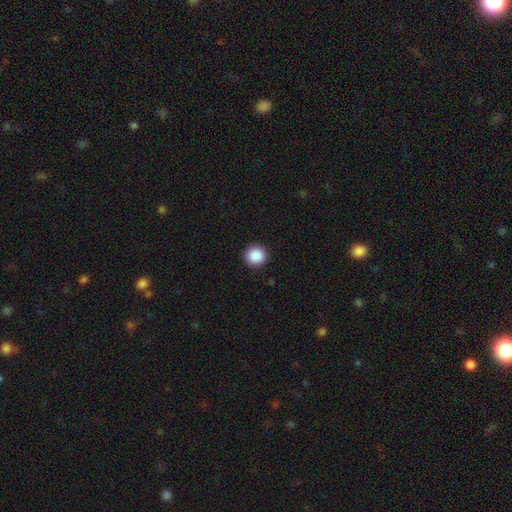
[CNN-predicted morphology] Smooth or featured: smooth — 89% (star or artifact — 9%)
How rounded: round — 95% (in between — 4%)
Merging: none — 93% (minor disturbance — 5%)